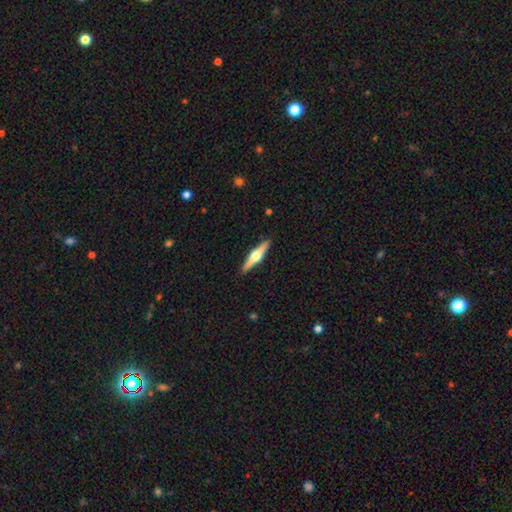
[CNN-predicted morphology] Smooth or featured? featured or disk (68%)
Edge-on disk? yes (97%)
Edge-on bulge? rounded (95%)
Merging? none (91%)